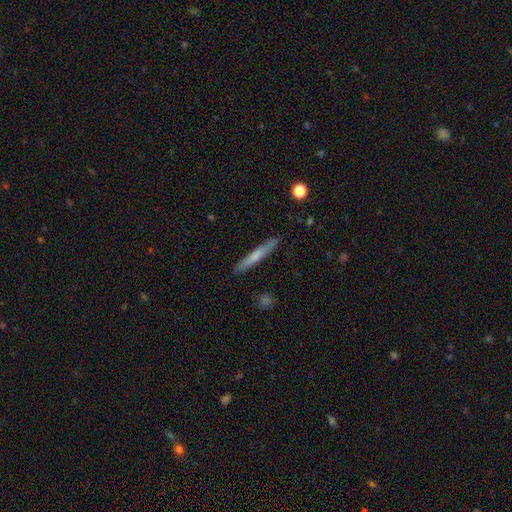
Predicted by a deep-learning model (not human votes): The model was most divided on "smooth or featured": smooth: 60%, featured or disk: 34%, star or artifact: 6%. More confident: how rounded — cigar-shaped (96%); merging — none (89%).